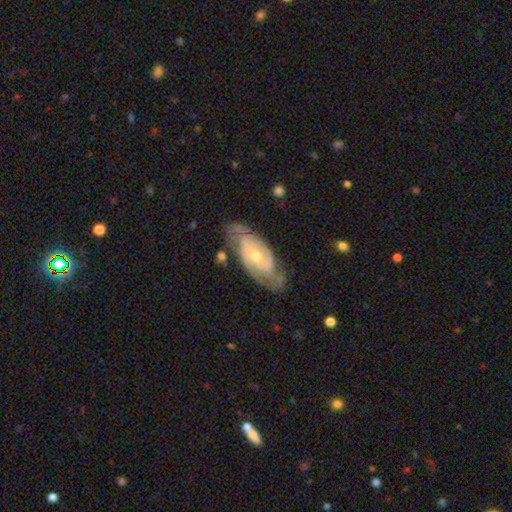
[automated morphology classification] A featured or disk galaxy (82%) with no bar (67%), 2 (66%) tight (55%) spiral arms (90%) and a small central bulge (52%). Merging: none (66%).